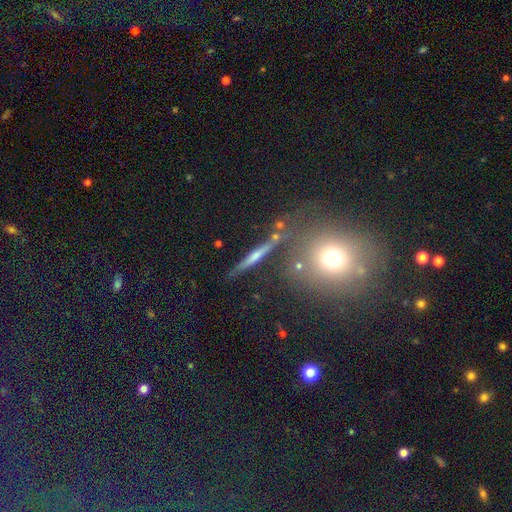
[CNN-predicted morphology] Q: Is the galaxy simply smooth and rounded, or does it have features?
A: featured or disk — 37%.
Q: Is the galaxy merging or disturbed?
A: none — 83%.